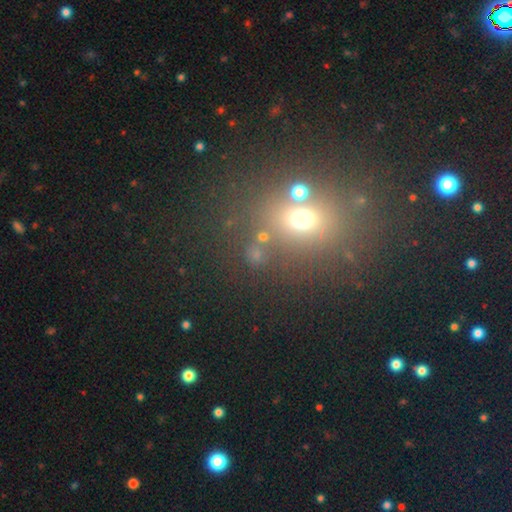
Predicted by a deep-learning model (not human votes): A smooth galaxy with no disk features (54%) that is round (68%).

Vote fractions:
- Smooth or featured? smooth: 54% / star or artifact: 35% / featured or disk: 11%
- How rounded? round: 68% / in between: 30% / cigar-shaped: 2%
- Merging? none: 68% / merger: 14% / minor disturbance: 11% / major disturbance: 7%